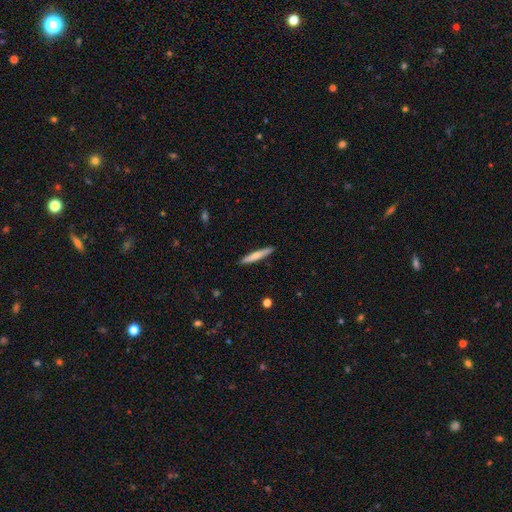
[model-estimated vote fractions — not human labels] A smooth galaxy with no disk features (65%) that is cigar-shaped (94%).

Vote fractions:
- Smooth or featured? smooth: 65% / featured or disk: 29% / star or artifact: 6%
- How rounded? cigar-shaped: 94% / in between: 5% / round: 1%
- Merging? none: 90% / minor disturbance: 8% / major disturbance: 1% / merger: 1%